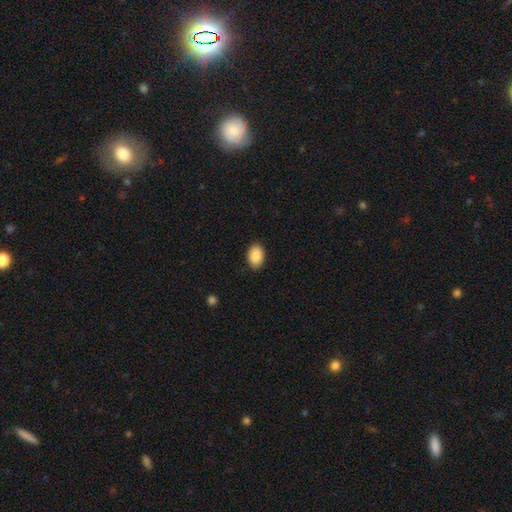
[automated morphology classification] Smooth or featured? Predicted: smooth (p=0.90). How rounded? Predicted: in between (p=0.86). Merging? Predicted: none (p=0.89).